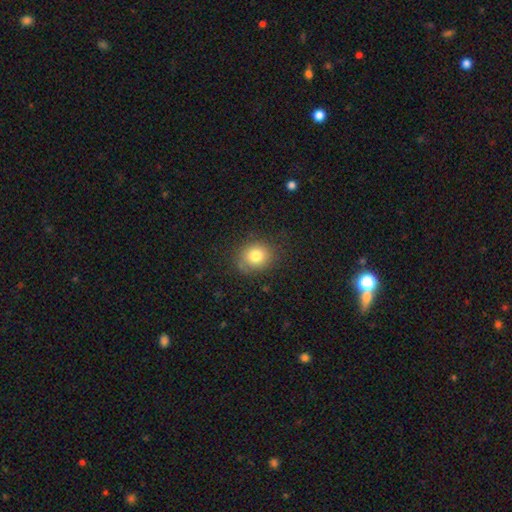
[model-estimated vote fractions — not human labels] Smooth or featured? Predicted: smooth (p=0.80). How rounded? Predicted: round (p=0.73). Merging? Predicted: none (p=0.79).